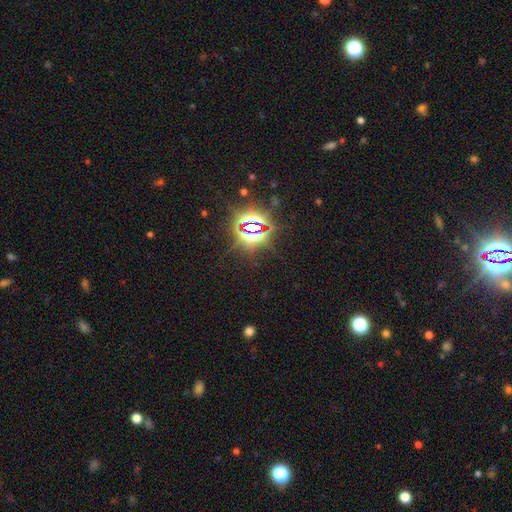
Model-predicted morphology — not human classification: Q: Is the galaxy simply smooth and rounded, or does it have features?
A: star or artifact — 83%.